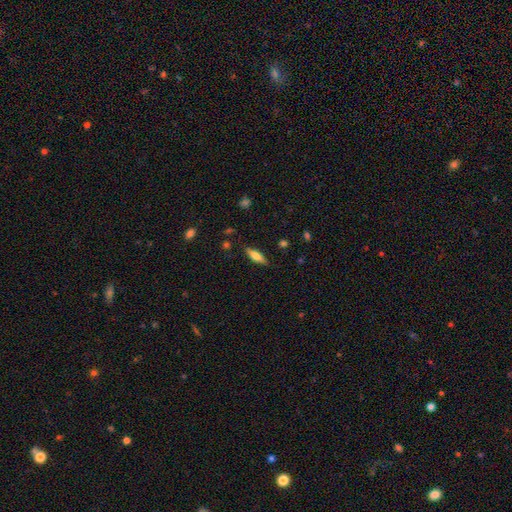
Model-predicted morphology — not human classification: Overall: smooth (58%; featured or disk 35%). How rounded: in between (52%; cigar-shaped 46%). Merging: none (84%).